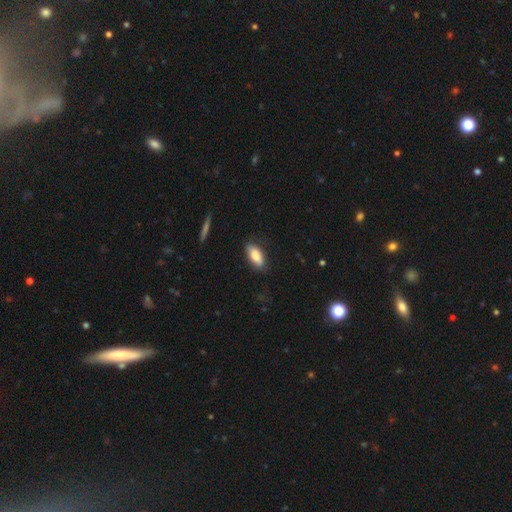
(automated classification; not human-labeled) Overall: smooth (84%). How rounded: in between (86%). Merging: none (82%).